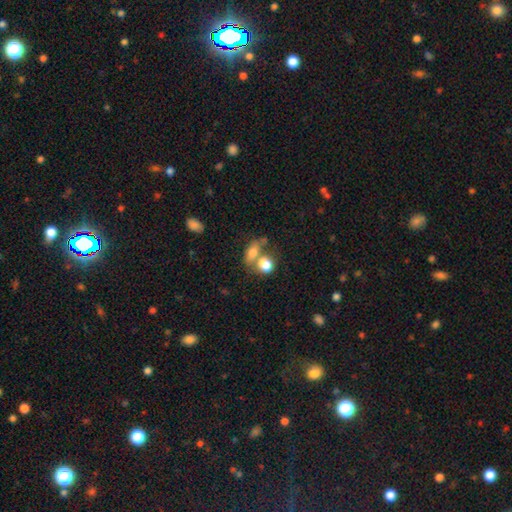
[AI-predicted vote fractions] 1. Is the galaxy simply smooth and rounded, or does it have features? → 72% smooth, 16% featured or disk, 12% star or artifact.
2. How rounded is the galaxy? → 61% in between, 33% round, 6% cigar-shaped.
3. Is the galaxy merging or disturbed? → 45% merger, 37% none, 11% minor disturbance, 7% major disturbance.